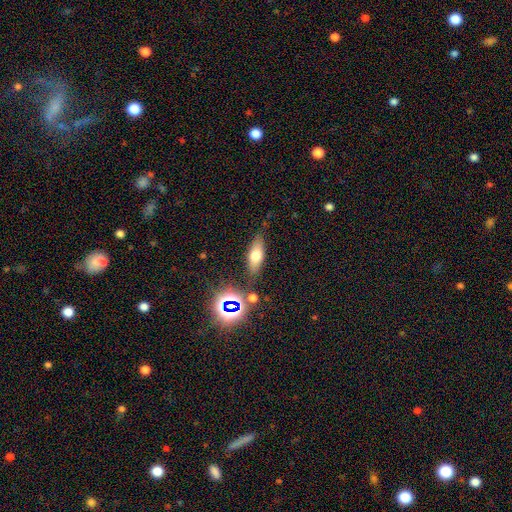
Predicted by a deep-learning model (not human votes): The model was most divided on "smooth or featured": smooth: 61%, featured or disk: 26%, star or artifact: 13%. More confident: merging — none (78%); how rounded — in between (66%).